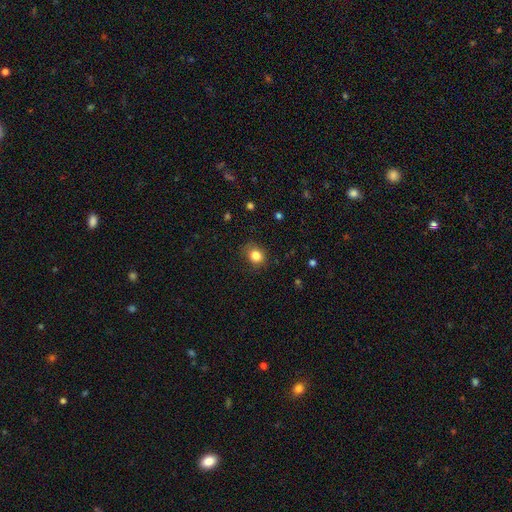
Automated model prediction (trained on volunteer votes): Smooth or featured? Predicted: smooth (p=0.83). How rounded? Predicted: round (p=0.67). Merging? Predicted: none (p=0.79).